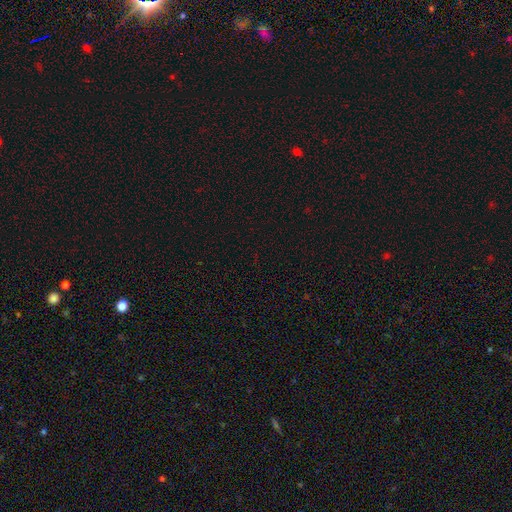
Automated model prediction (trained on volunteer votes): This appears to be a star or artifact, not a galaxy (73%).